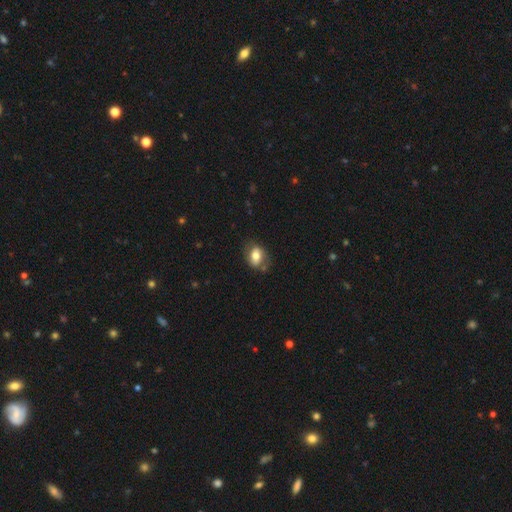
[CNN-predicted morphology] The model was most divided on "smooth or featured": smooth: 68%, featured or disk: 24%, star or artifact: 8%. More confident: how rounded — in between (72%); merging — none (68%).